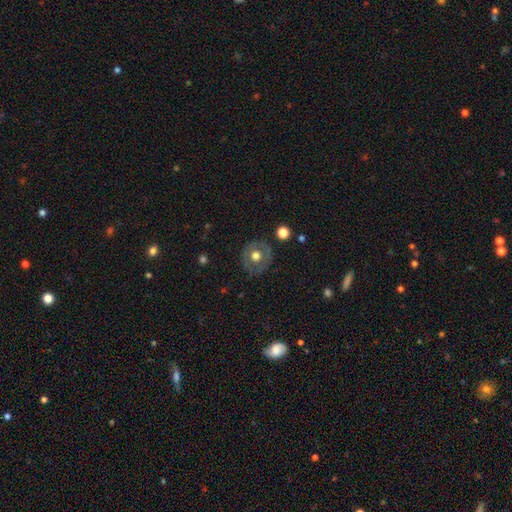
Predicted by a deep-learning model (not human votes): This appears to be a smooth galaxy with no disk features (52%) that is round (84%). Merging: none (82%).